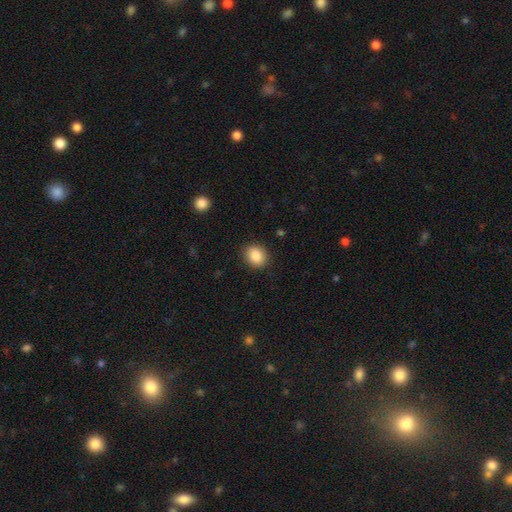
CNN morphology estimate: Smooth or featured? smooth (87%)
How rounded? round (58%)
Merging? none (89%)